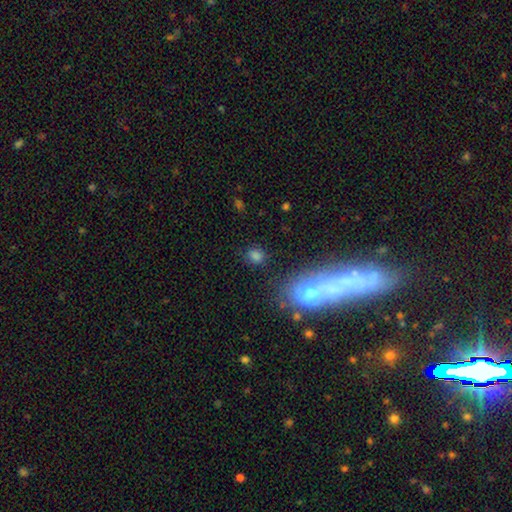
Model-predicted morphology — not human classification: type=smooth (77%); roundness=round (59%); merging=none (76%).